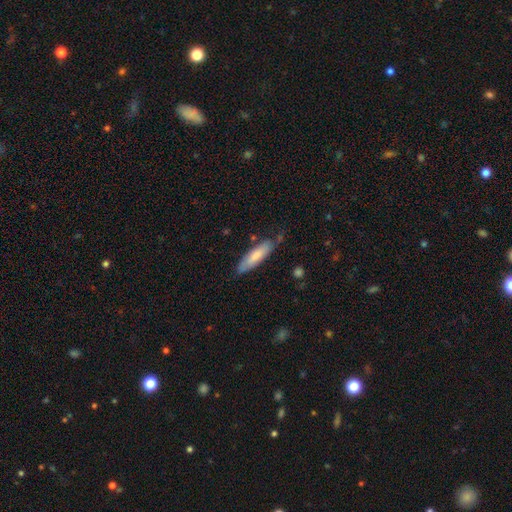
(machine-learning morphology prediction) Smooth or featured: smooth — 74% (featured or disk — 21%)
How rounded: cigar-shaped — 61% (in between — 38%)
Merging: none — 73% (minor disturbance — 20%)